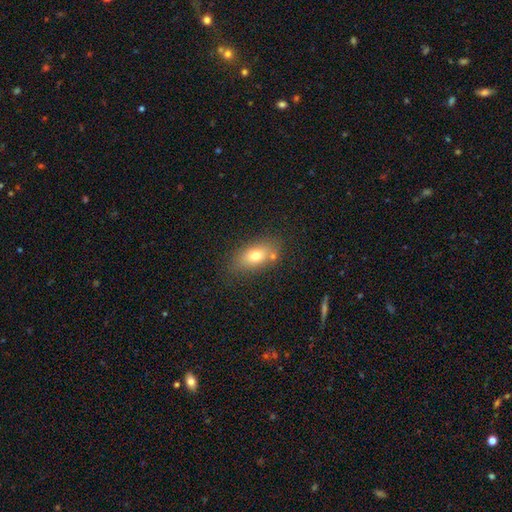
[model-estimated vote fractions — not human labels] Smooth or featured? smooth (73%)
How rounded? in between (83%)
Merging? none (71%)